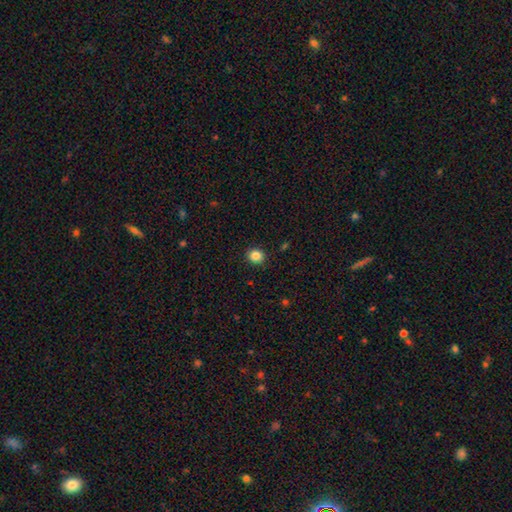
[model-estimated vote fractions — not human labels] Smooth or featured: smooth — 85% (star or artifact — 11%)
How rounded: round — 82% (in between — 17%)
Merging: none — 91% (minor disturbance — 6%)